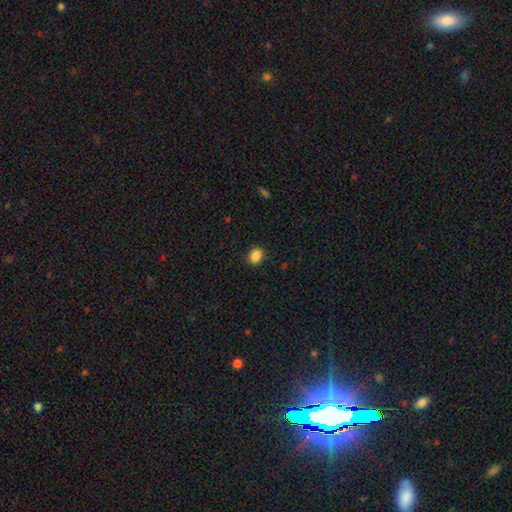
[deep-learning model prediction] Q: Smooth or featured?
A: smooth (87%); runner-up: star or artifact (10%)
Q: How rounded?
A: round (64%); runner-up: in between (35%)
Q: Merging?
A: none (88%); runner-up: minor disturbance (8%)